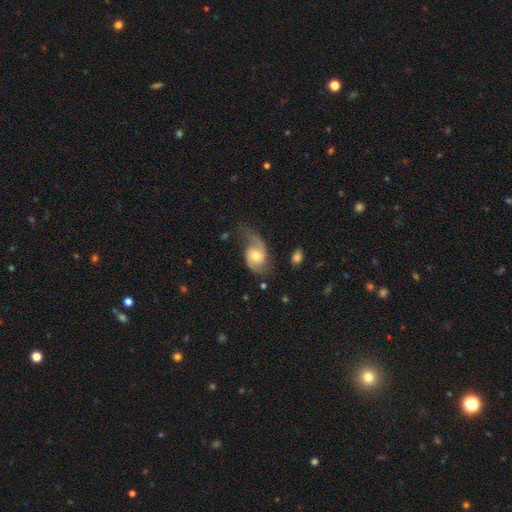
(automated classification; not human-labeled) Morphology: type=featured or disk (69%); edge-on=no (96%); bar=no (67%); spiral arms=yes (91%); winding=loose (46%); arm count=2 (78%); bulge=moderate (64%); merging=none (42%).